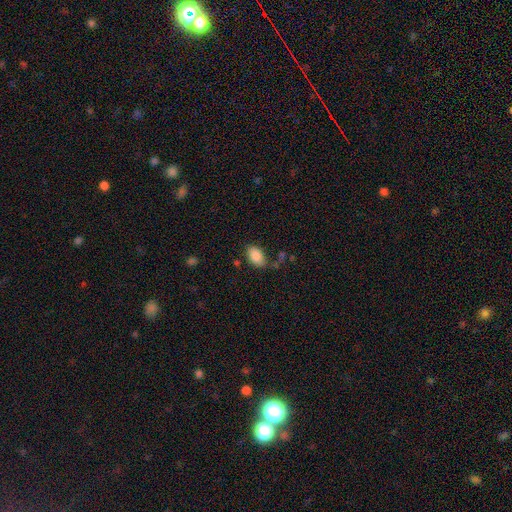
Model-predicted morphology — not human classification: Smooth or featured: smooth — 88% (star or artifact — 7%)
How rounded: in between — 92% (round — 7%)
Merging: none — 74% (minor disturbance — 17%)